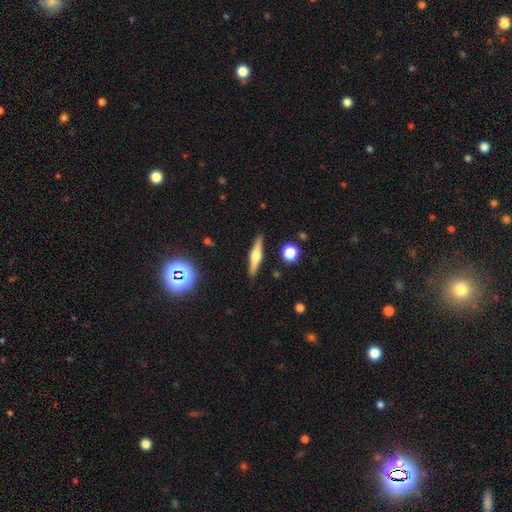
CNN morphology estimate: Smooth or featured? Predicted: featured or disk (p=0.62). Edge-on disk? Predicted: yes (p=0.96). Edge-on bulge? Predicted: rounded (p=0.91). Merging? Predicted: none (p=0.89).